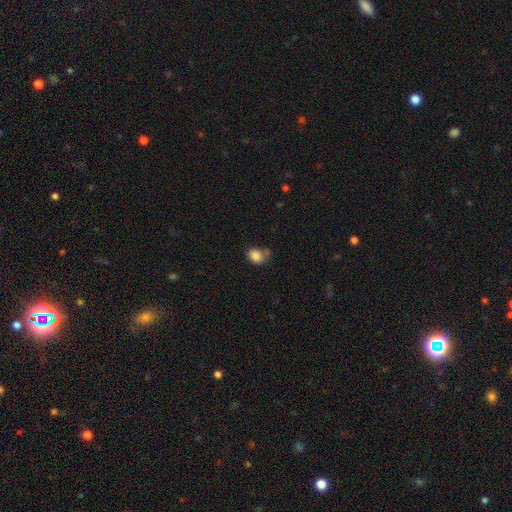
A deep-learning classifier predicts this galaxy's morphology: smooth_or_featured: smooth (p=0.86) [alt: star or artifact p=0.09]
how_rounded: in between (p=0.60) [alt: round p=0.39]
merging: none (p=0.60) [alt: minor disturbance p=0.21]